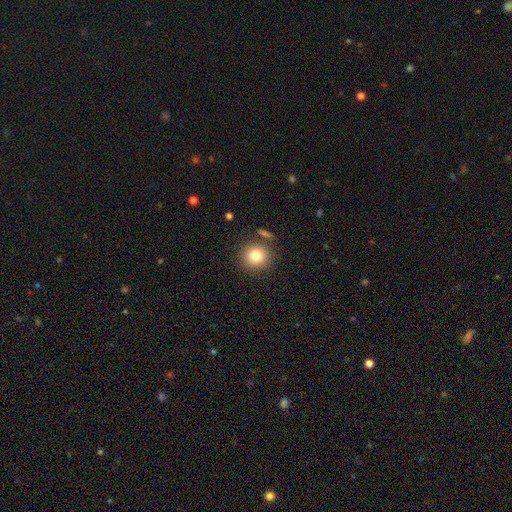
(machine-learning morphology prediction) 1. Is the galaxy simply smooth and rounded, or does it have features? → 81% smooth, 11% star or artifact, 9% featured or disk.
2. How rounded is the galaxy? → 89% round, 10% in between, 1% cigar-shaped.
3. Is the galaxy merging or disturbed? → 81% none, 10% minor disturbance, 6% merger, 3% major disturbance.